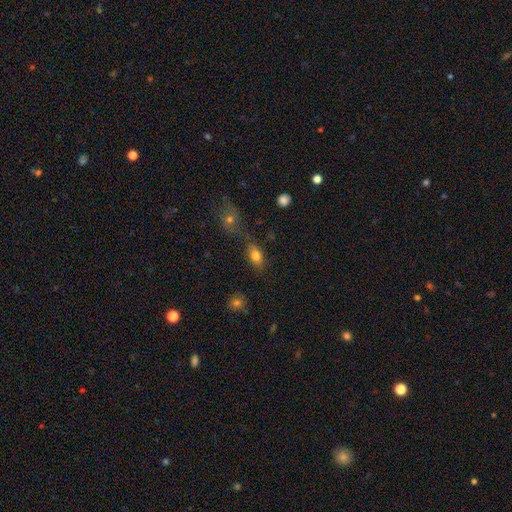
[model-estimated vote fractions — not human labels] Smooth or featured? Predicted: smooth (p=0.79). How rounded? Predicted: in between (p=0.84). Merging? Predicted: none (p=0.70).